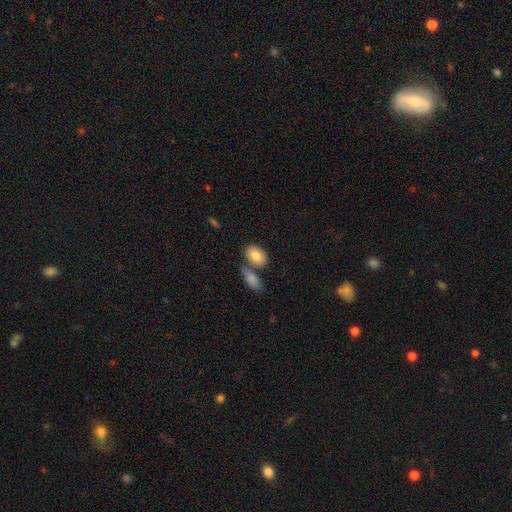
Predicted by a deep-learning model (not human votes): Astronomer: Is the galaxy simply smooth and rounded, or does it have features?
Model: smooth — 81%.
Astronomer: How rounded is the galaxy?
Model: in between — 86%.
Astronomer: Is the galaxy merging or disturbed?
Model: none — 58%.